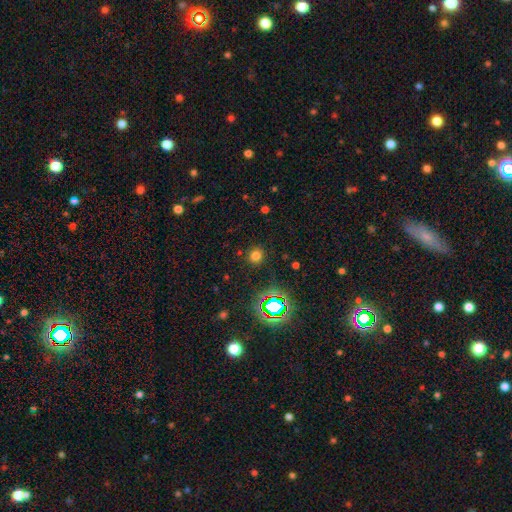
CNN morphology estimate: Q: Smooth or featured?
A: smooth (70%); runner-up: star or artifact (24%)
Q: How rounded?
A: round (90%); runner-up: in between (9%)
Q: Merging?
A: none (88%); runner-up: minor disturbance (7%)